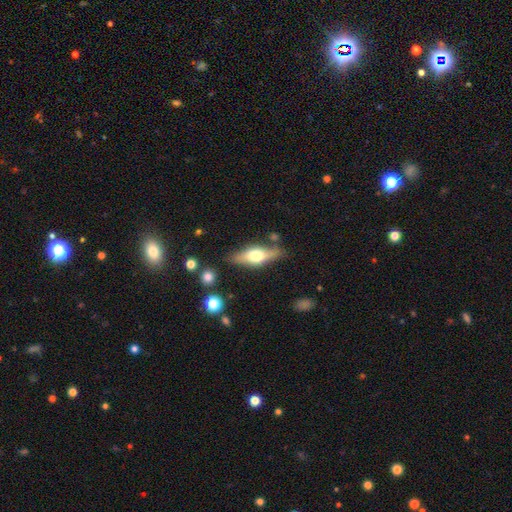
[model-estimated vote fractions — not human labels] smooth-or-featured: featured or disk: 51% | smooth: 43% | star or artifact: 6%
  disk-edge-on: yes: 86% | no: 14%
  merging: none: 77% | minor disturbance: 15% | merger: 4% | major disturbance: 4%